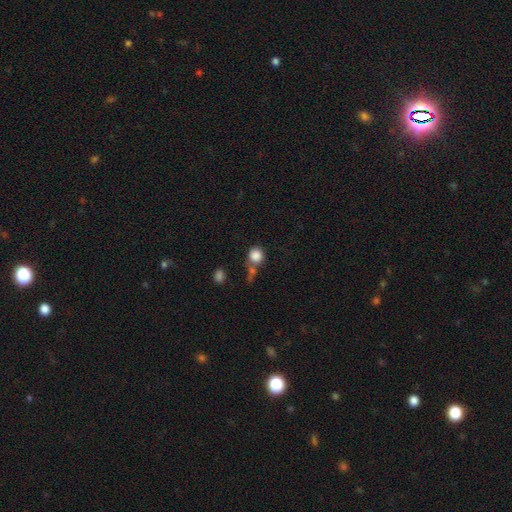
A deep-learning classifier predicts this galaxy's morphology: A smooth galaxy with no disk features (84%) that is round (86%).

Vote fractions:
- Smooth or featured? smooth: 84% / star or artifact: 10% / featured or disk: 6%
- How rounded? round: 86% / in between: 13% / cigar-shaped: 1%
- Merging? none: 51% / merger: 28% / minor disturbance: 14% / major disturbance: 8%